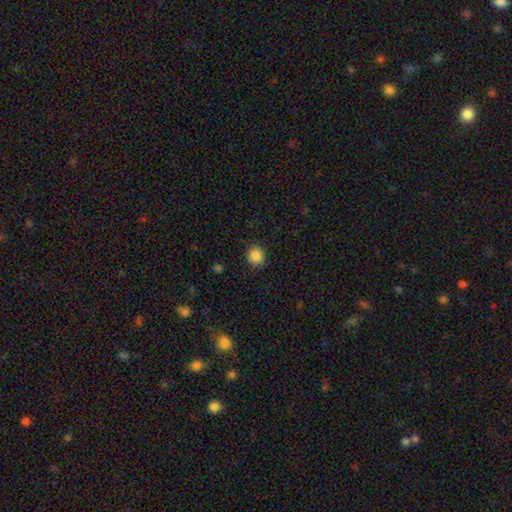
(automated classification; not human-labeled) A smooth galaxy with no disk features (87%) that is round (84%). Merging: none (90%).